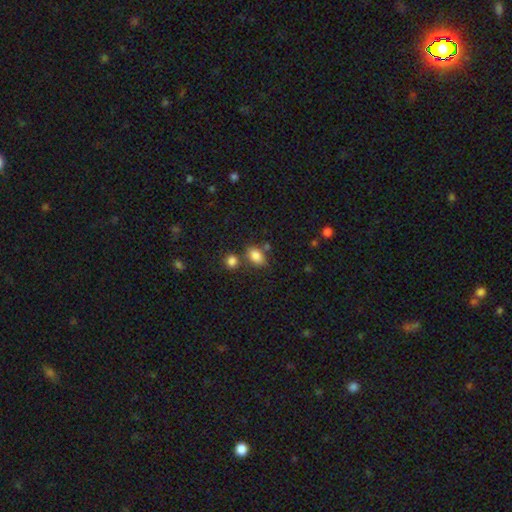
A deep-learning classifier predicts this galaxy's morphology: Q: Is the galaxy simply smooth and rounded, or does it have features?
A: smooth — 84%.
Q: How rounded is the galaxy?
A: in between — 79%.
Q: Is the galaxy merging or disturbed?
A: none — 62%.